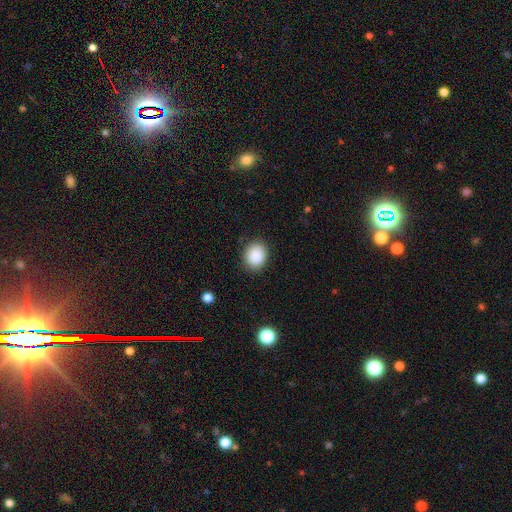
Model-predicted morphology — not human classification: This is clearly a smooth galaxy (89%). How rounded: likely round (63%). Merging: clearly none (88%).